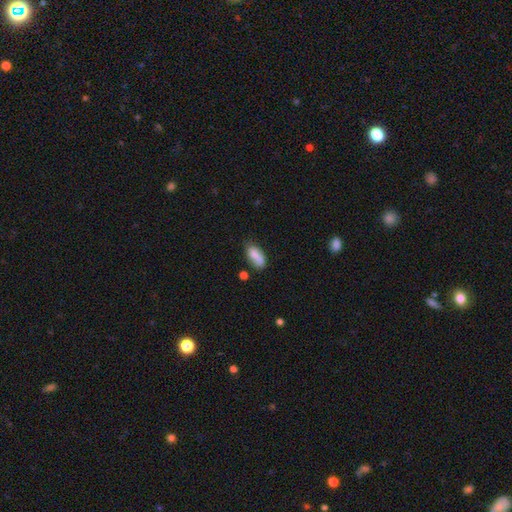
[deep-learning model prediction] This appears to be a smooth galaxy with no disk features (78%) that is in between round and cigar-shaped (85%). Merging: none (57%).